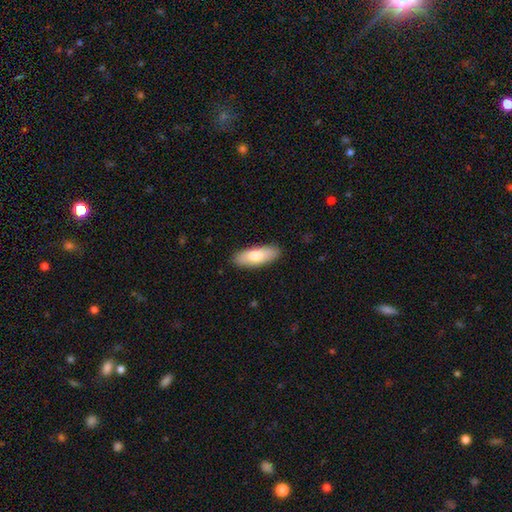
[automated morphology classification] Smooth or featured?
  - smooth: 78% *
  - featured or disk: 17%
  - star or artifact: 5%
How rounded?
  - in between: 71% *
  - cigar-shaped: 27%
  - round: 2%
Merging?
  - none: 89% *
  - minor disturbance: 8%
  - major disturbance: 2%
  - merger: 1%